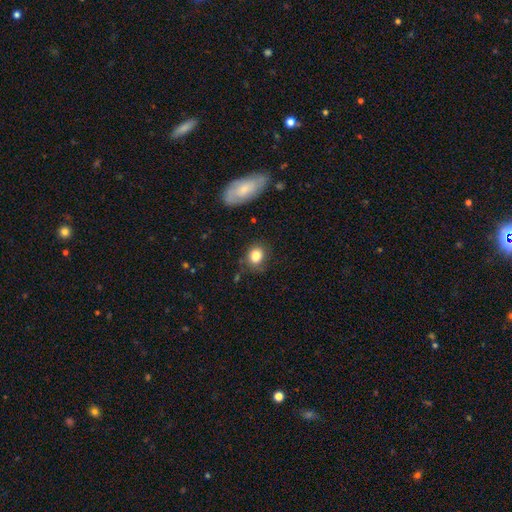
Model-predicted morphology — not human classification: Smooth or featured: smooth — 83% (star or artifact — 9%)
How rounded: round — 67% (in between — 31%)
Merging: none — 71% (minor disturbance — 20%)